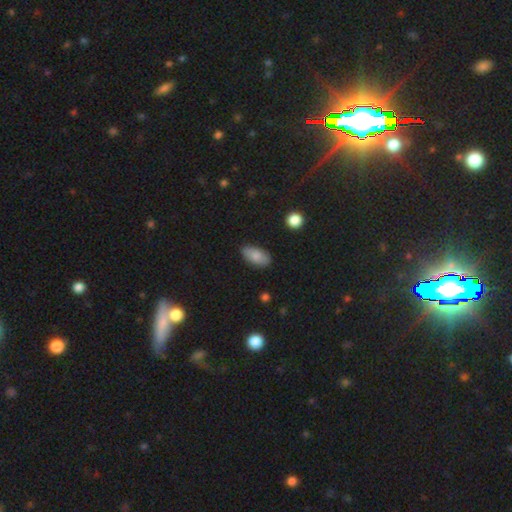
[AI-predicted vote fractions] smooth 81%, featured or disk 12%, star or artifact 7%. Down the decision tree: how rounded — in between (93%); merging — none (82%).